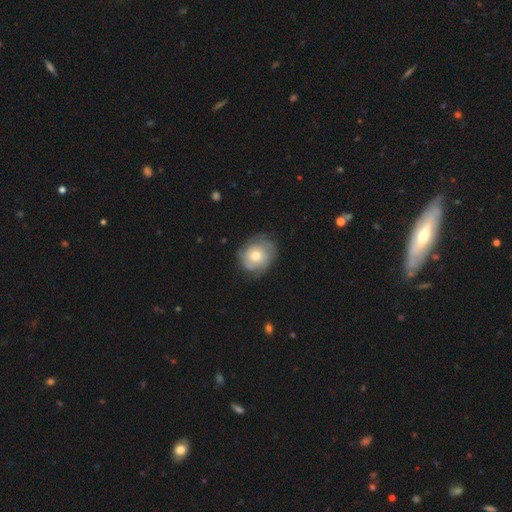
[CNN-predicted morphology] This is possibly a featured or disk galaxy (54%). It is clearly not viewed edge-on (97%). Bar: clearly no (84%). Spiral arm pattern: likely yes (74%). Central bulge: likely moderate (69%). Merging: likely none (69%).